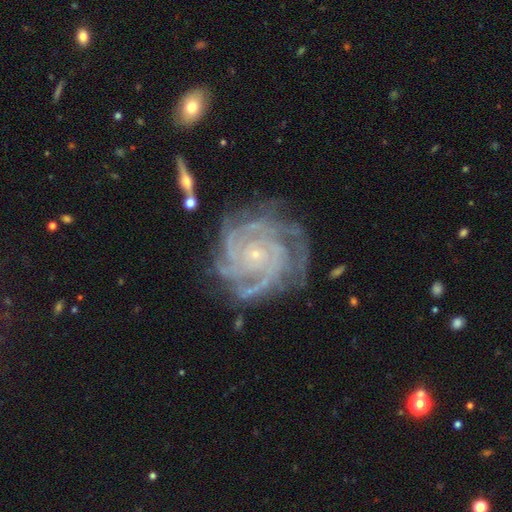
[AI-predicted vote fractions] Smooth or featured? featured or disk (90%)
Edge-on disk? no (98%)
Bar? no (78%)
Spiral arms? yes (98%)
Spiral winding? tight (77%)
Spiral arm count? 4 (33%)
Bulge size? small (87%)
Merging? none (69%)